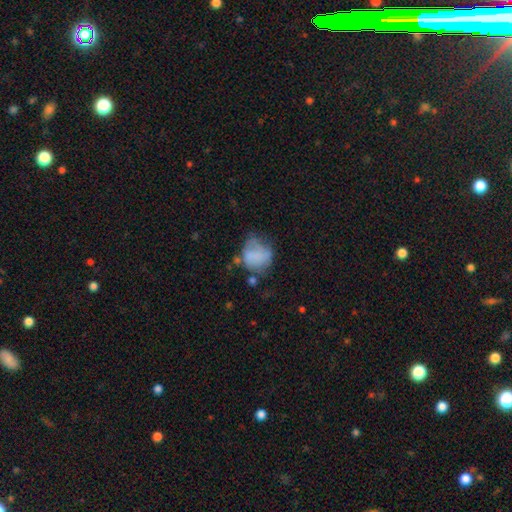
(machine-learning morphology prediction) type=smooth (66%); roundness=round (61%); merging=none (36%).